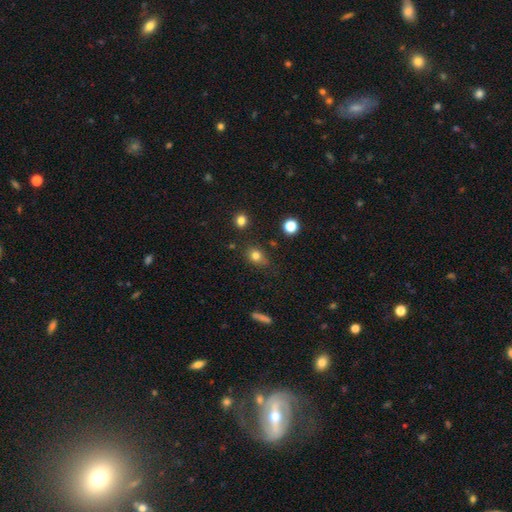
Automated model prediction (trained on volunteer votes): Smooth or featured?
  - smooth: 79% *
  - star or artifact: 14%
  - featured or disk: 8%
How rounded?
  - round: 58% *
  - in between: 41%
  - cigar-shaped: 2%
Merging?
  - none: 70% *
  - minor disturbance: 21%
  - major disturbance: 5%
  - merger: 4%